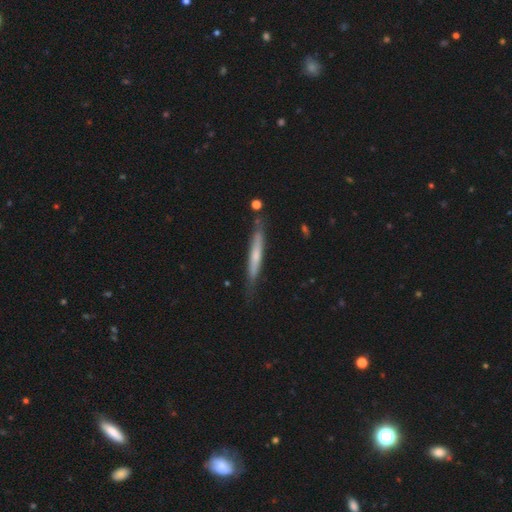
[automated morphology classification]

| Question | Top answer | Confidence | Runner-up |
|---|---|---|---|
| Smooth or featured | smooth | 48% | featured or disk (46%) |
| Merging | none | 77% | minor disturbance (17%) |